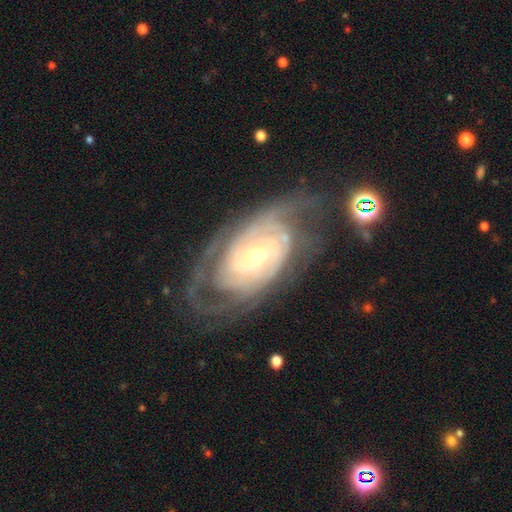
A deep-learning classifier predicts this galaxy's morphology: Smooth or featured: featured or disk — 86% (smooth — 8%)
Edge-on disk: no — 95% (yes — 5%)
Bar: no — 63% (weak — 27%)
Spiral arms: yes — 94% (no — 6%)
Spiral winding: tight — 69% (medium — 24%)
Spiral arm count: can't tell — 39% (2 — 25%)
Bulge size: small — 60% (moderate — 34%)
Merging: none — 64% (minor disturbance — 19%)